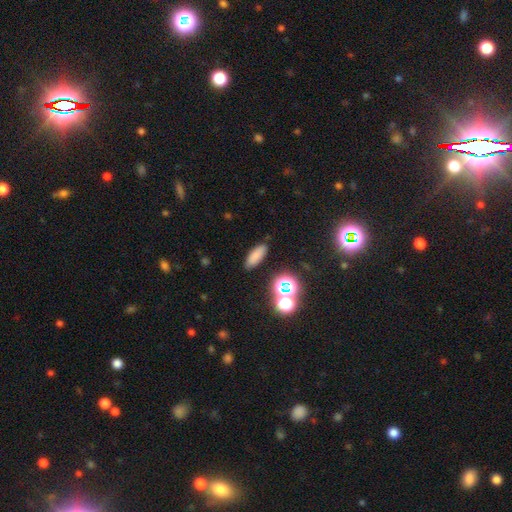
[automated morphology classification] Q: Smooth or featured?
A: smooth (76%); runner-up: star or artifact (17%)
Q: How rounded?
A: in between (71%); runner-up: cigar-shaped (24%)
Q: Merging?
A: none (87%); runner-up: minor disturbance (8%)